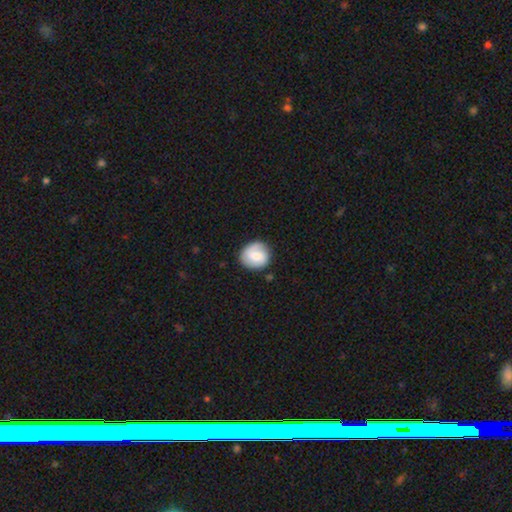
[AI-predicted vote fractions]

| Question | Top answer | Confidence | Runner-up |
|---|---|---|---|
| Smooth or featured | smooth | 53% | featured or disk (40%) |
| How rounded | round | 81% | in between (18%) |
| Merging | none | 78% | minor disturbance (15%) |